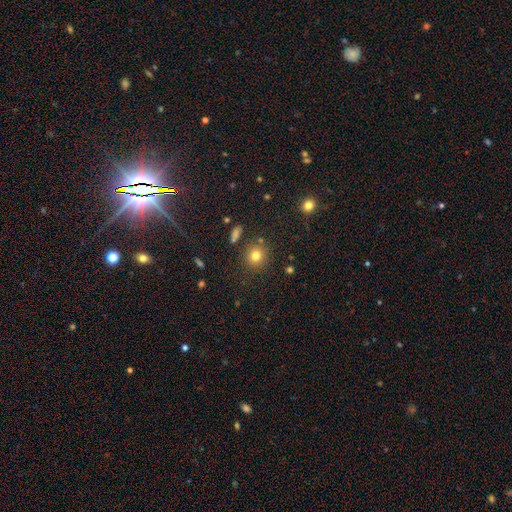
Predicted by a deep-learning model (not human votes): The model was most divided on "smooth or featured": smooth: 78%, star or artifact: 14%, featured or disk: 8%. More confident: how rounded — round (89%); merging — none (84%).